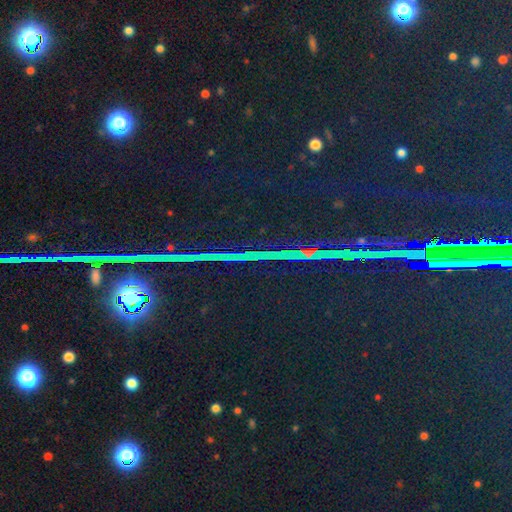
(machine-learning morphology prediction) smooth-or-featured: star or artifact: 88% | featured or disk: 6% | smooth: 6%